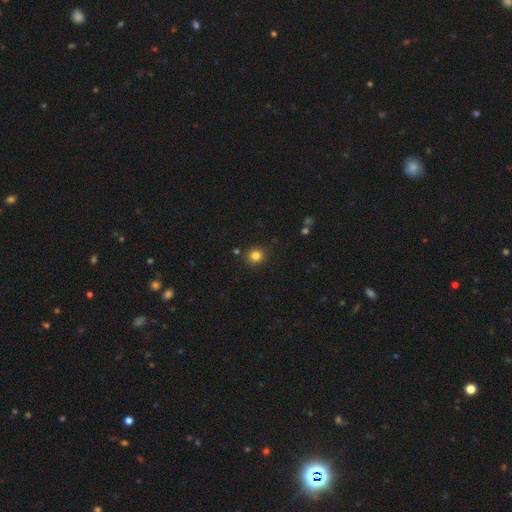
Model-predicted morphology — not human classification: The model was most divided on "smooth or featured": smooth: 82%, star or artifact: 12%, featured or disk: 5%. More confident: merging — none (88%); how rounded — round (85%).